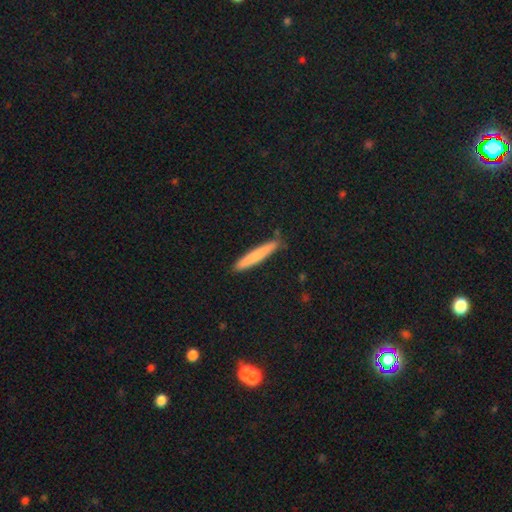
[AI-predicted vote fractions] Smooth or featured? Predicted: smooth (p=0.76). How rounded? Predicted: cigar-shaped (p=0.95). Merging? Predicted: none (p=0.86).